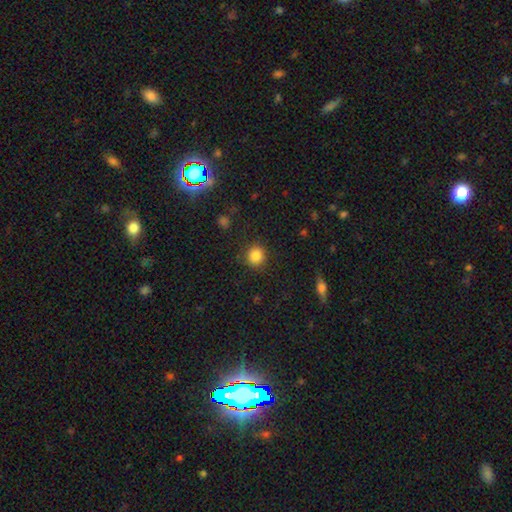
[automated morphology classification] type=smooth (85%); roundness=round (88%); merging=none (88%).